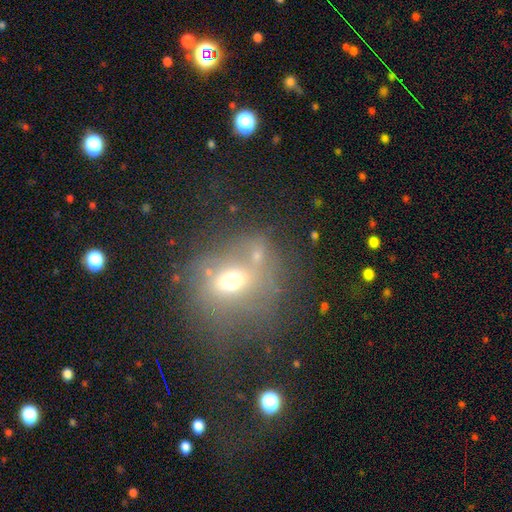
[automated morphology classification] Q: Smooth or featured?
A: smooth (54%); runner-up: featured or disk (26%)
Q: How rounded?
A: round (60%); runner-up: in between (38%)
Q: Merging?
A: none (45%); runner-up: merger (21%)